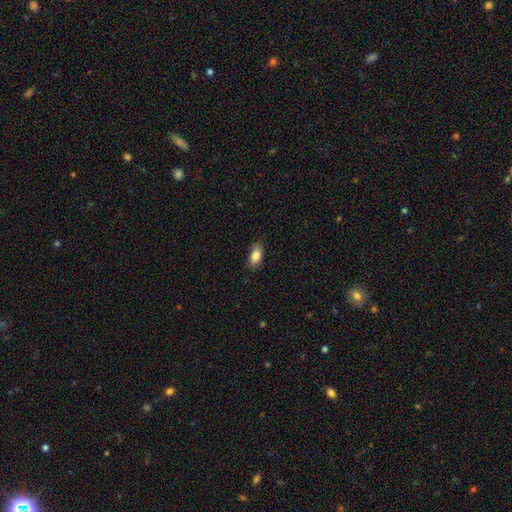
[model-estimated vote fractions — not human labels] Smooth or featured? smooth (85%)
How rounded? in between (89%)
Merging? none (82%)